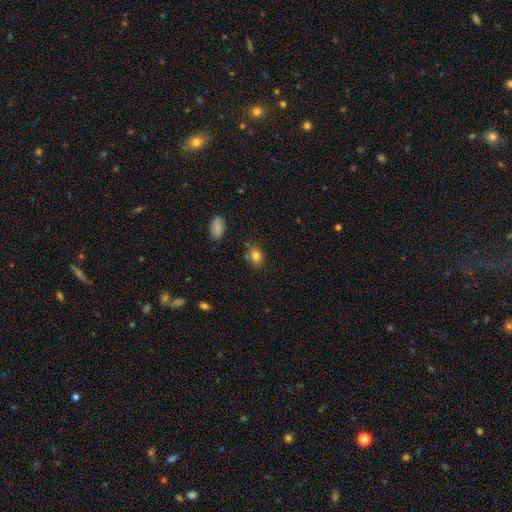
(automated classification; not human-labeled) This appears to be a smooth galaxy with no disk features (81%) that is in between round and cigar-shaped (62%). Merging: none (77%).